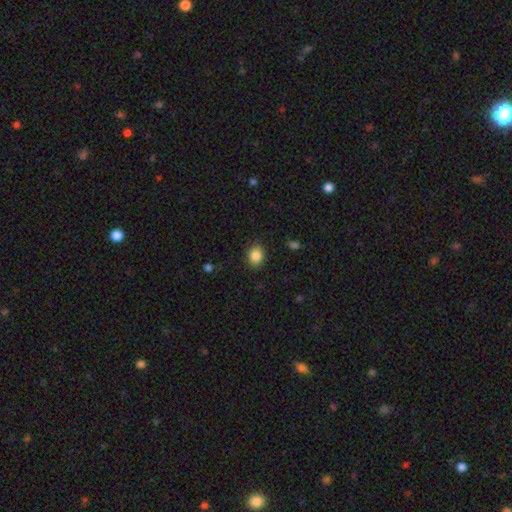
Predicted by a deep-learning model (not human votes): Smooth or featured: smooth — 86% (star or artifact — 9%)
How rounded: in between — 53% (round — 47%)
Merging: none — 89% (minor disturbance — 8%)